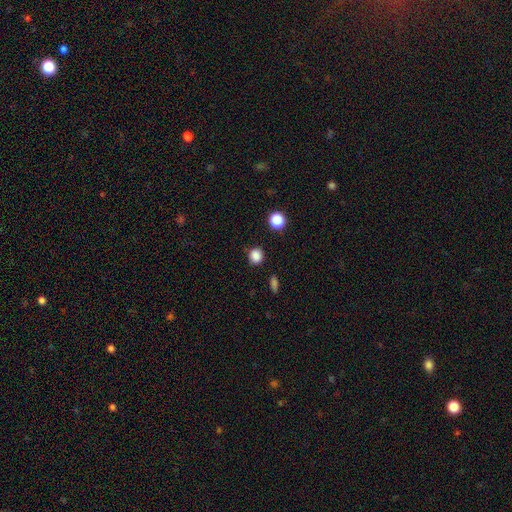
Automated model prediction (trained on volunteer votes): A smooth galaxy with no disk features (85%) that is round (81%). Merging: none (85%).